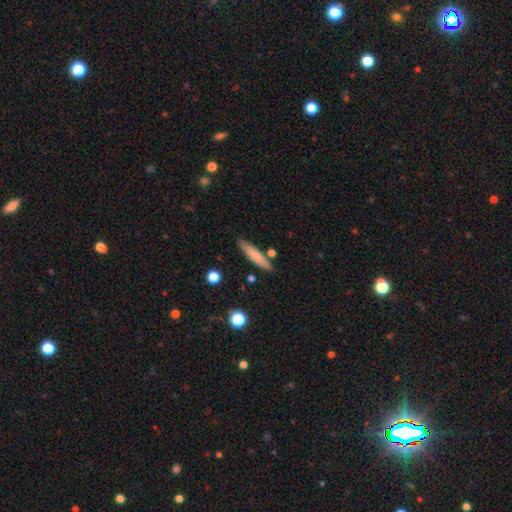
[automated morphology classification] Smooth or featured? smooth (75%)
How rounded? cigar-shaped (85%)
Merging? none (83%)